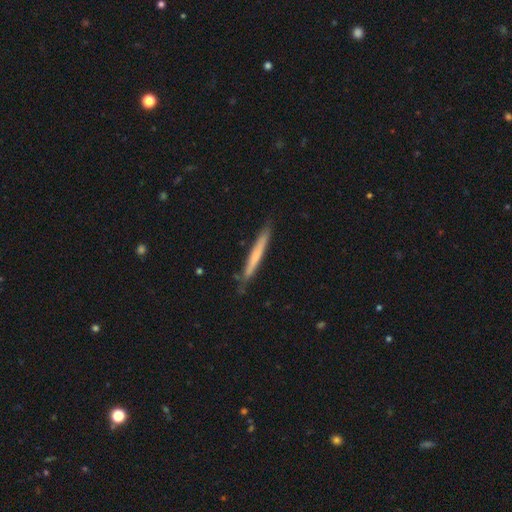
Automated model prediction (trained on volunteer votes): Smooth or featured? smooth (56%)
How rounded? cigar-shaped (97%)
Merging? none (83%)